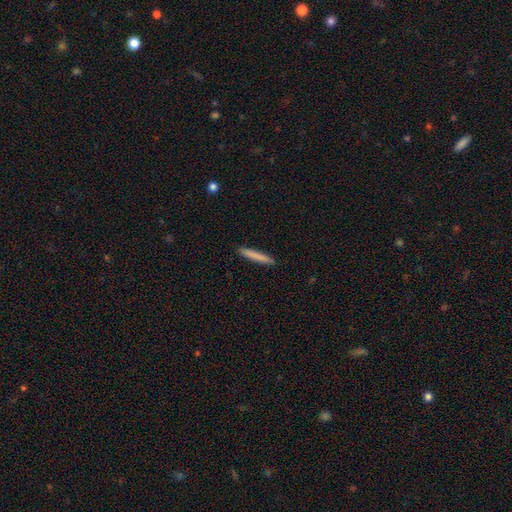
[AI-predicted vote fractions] Smooth or featured: smooth — 80% (featured or disk — 14%)
How rounded: cigar-shaped — 95% (in between — 3%)
Merging: none — 91% (minor disturbance — 6%)